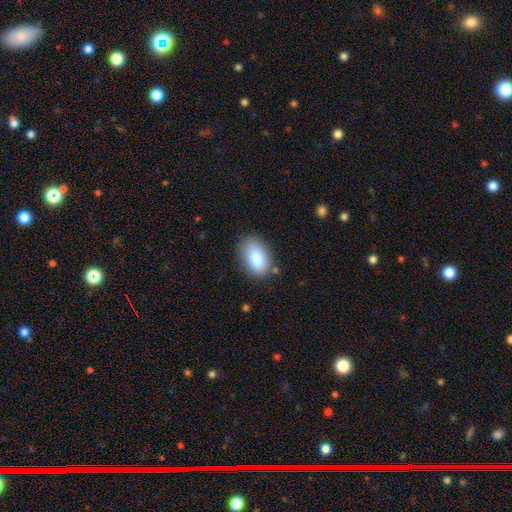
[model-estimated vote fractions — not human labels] smooth_or_featured: smooth (p=0.85) [alt: featured or disk p=0.08]
how_rounded: in between (p=0.93) [alt: round p=0.05]
merging: none (p=0.80) [alt: minor disturbance p=0.14]